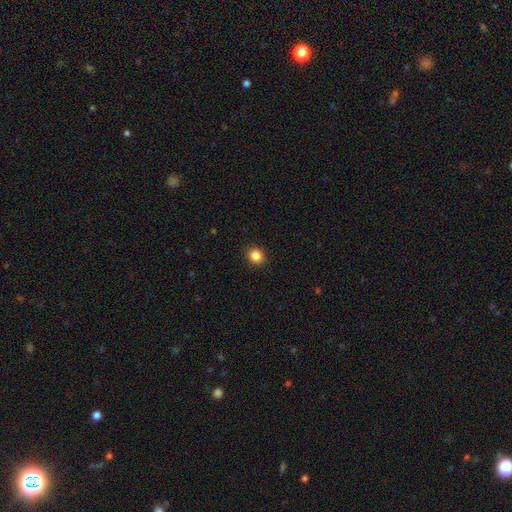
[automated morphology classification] Smooth or featured? smooth (86%)
How rounded? round (76%)
Merging? none (92%)